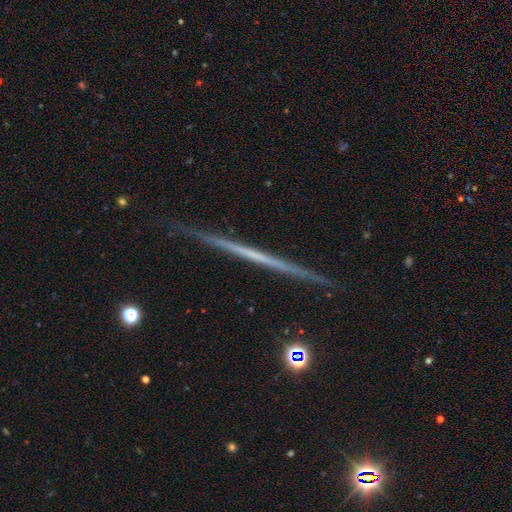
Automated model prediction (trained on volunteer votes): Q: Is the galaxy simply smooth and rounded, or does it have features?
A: featured or disk — 70%.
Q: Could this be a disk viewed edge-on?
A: yes — 98%.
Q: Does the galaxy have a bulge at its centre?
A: none — 91%.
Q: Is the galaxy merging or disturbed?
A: none — 90%.